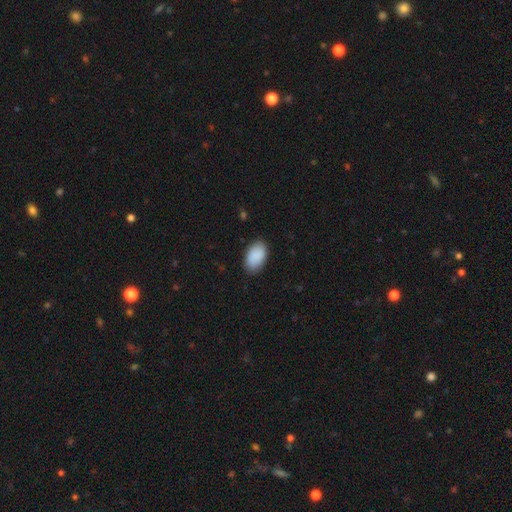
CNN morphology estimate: Smooth or featured?
  - smooth: 91% *
  - star or artifact: 6%
  - featured or disk: 4%
How rounded?
  - in between: 94% *
  - round: 5%
  - cigar-shaped: 1%
Merging?
  - none: 86% *
  - minor disturbance: 11%
  - major disturbance: 2%
  - merger: 1%